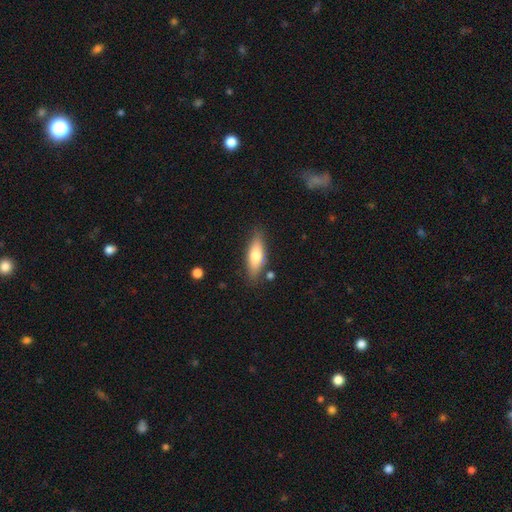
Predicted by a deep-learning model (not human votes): This is likely a smooth galaxy (70%). How rounded: likely in between (61%). Merging: likely none (80%).